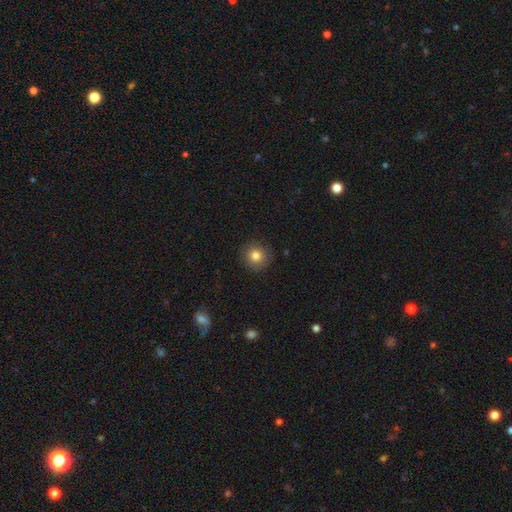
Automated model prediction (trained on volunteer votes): smooth-or-featured: smooth: 81% | star or artifact: 11% | featured or disk: 8%
  how-rounded: round: 93% | in between: 6% | cigar-shaped: 1%
  merging: none: 90% | minor disturbance: 7% | major disturbance: 2% | merger: 1%